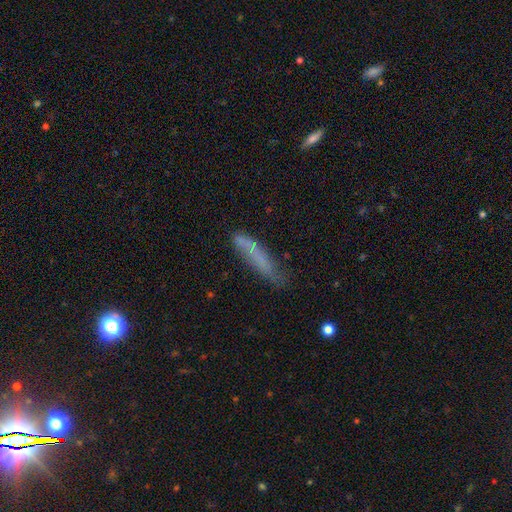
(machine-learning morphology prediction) Smooth or featured? Predicted: smooth (p=0.57). How rounded? Predicted: cigar-shaped (p=0.88). Merging? Predicted: none (p=0.63).